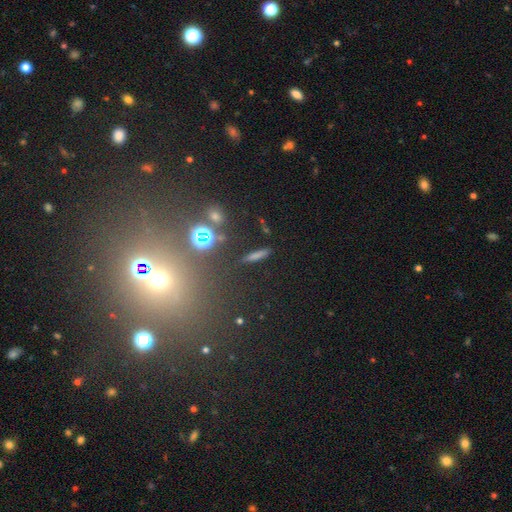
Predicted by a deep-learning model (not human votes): Morphology: type=smooth (48%); merging=none (86%).